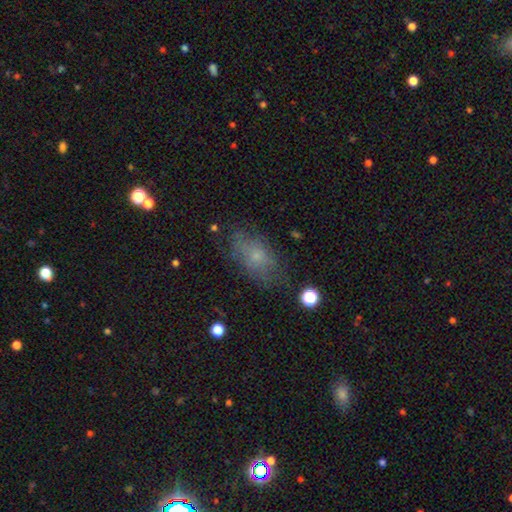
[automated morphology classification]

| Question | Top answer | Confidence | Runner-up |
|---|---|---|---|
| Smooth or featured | smooth | 61% | featured or disk (27%) |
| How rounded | in between | 86% | round (10%) |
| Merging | none | 67% | minor disturbance (21%) |